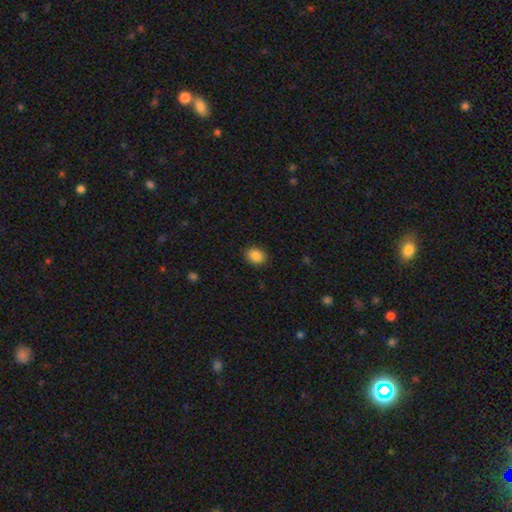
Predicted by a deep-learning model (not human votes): Smooth or featured: smooth — 87% (star or artifact — 9%)
How rounded: in between — 56% (round — 43%)
Merging: none — 88% (minor disturbance — 9%)